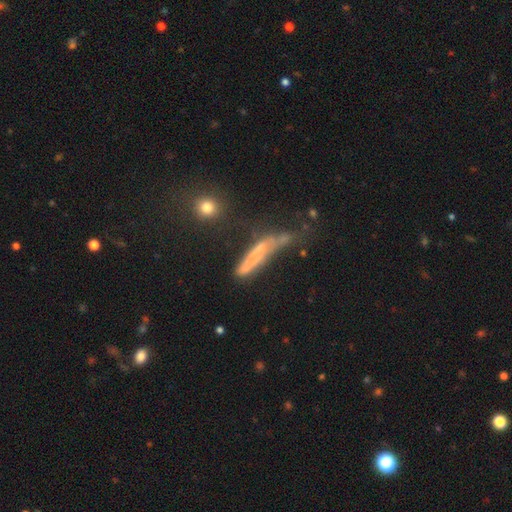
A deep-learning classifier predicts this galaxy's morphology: A smooth galaxy with no disk features (48%).

Vote fractions:
- Smooth or featured? smooth: 48% / featured or disk: 40% / star or artifact: 12%
- Merging? none: 33% / major disturbance: 29% / minor disturbance: 27% / merger: 12%